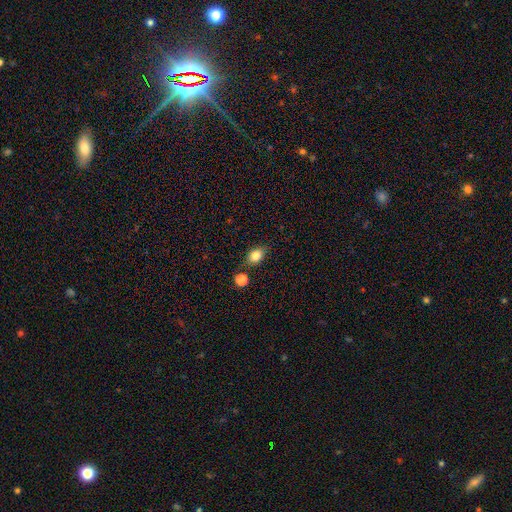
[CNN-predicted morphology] A smooth galaxy with no disk features (82%) that is in between round and cigar-shaped (70%).

Vote fractions:
- Smooth or featured? smooth: 82% / star or artifact: 10% / featured or disk: 8%
- How rounded? in between: 70% / round: 28% / cigar-shaped: 2%
- Merging? none: 74% / minor disturbance: 15% / merger: 8% / major disturbance: 3%